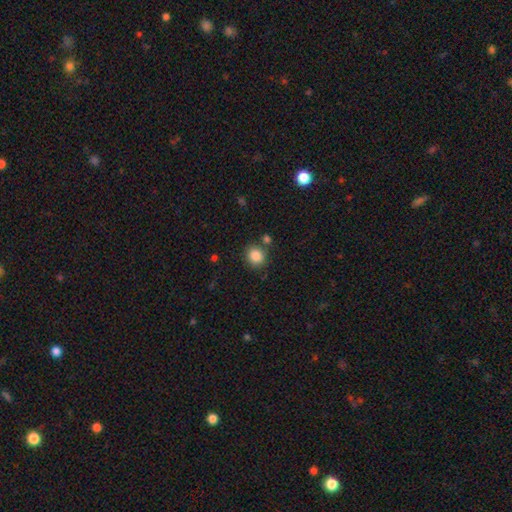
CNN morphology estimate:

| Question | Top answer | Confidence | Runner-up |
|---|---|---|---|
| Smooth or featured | smooth | 86% | star or artifact (9%) |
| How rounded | round | 81% | in between (18%) |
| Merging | none | 79% | minor disturbance (10%) |